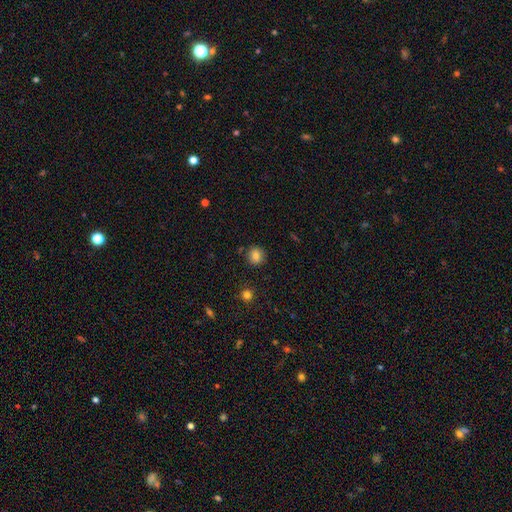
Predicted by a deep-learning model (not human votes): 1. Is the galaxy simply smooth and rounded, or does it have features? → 81% smooth, 11% star or artifact, 8% featured or disk.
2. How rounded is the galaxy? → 91% round, 8% in between, 1% cigar-shaped.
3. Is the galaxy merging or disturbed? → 88% none, 7% minor disturbance, 2% merger, 2% major disturbance.